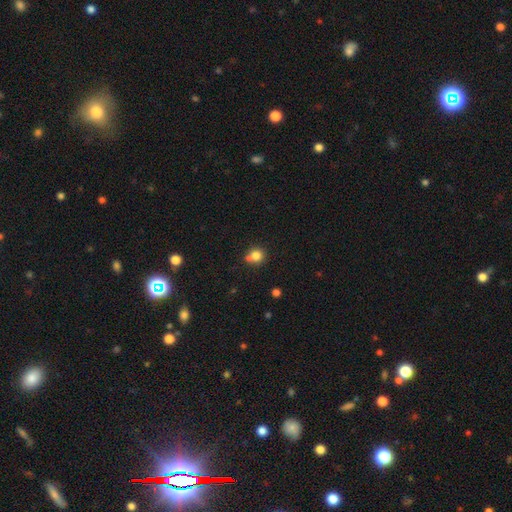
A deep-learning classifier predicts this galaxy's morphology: A smooth galaxy with no disk features (80%) that is round (85%).

Vote fractions:
- Smooth or featured? smooth: 80% / star or artifact: 11% / featured or disk: 8%
- How rounded? round: 85% / in between: 14% / cigar-shaped: 1%
- Merging? none: 60% / merger: 20% / minor disturbance: 15% / major disturbance: 4%